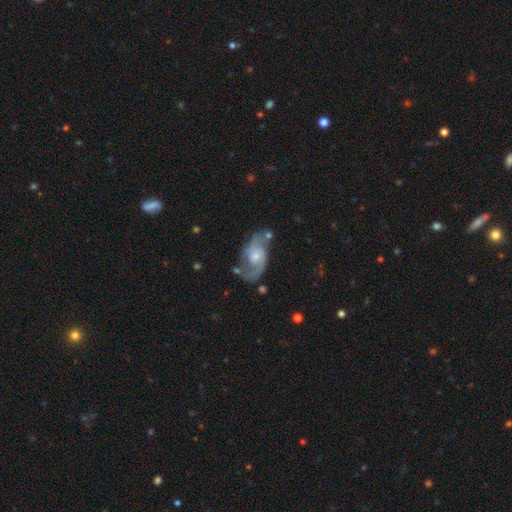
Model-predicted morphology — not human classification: Q: Smooth or featured?
A: featured or disk (84%); runner-up: smooth (11%)
Q: Edge-on disk?
A: no (97%); runner-up: yes (3%)
Q: Bar?
A: no (58%); runner-up: weak (36%)
Q: Spiral arms?
A: yes (94%); runner-up: no (6%)
Q: Spiral winding?
A: medium (48%); runner-up: loose (37%)
Q: Spiral arm count?
A: 2 (87%); runner-up: can't tell (5%)
Q: Bulge size?
A: small (46%); runner-up: moderate (45%)
Q: Merging?
A: none (60%); runner-up: minor disturbance (21%)